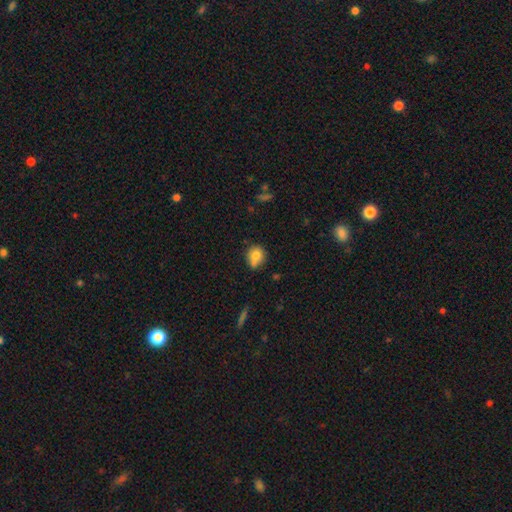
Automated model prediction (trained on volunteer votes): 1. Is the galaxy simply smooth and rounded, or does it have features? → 76% smooth, 13% featured or disk, 10% star or artifact.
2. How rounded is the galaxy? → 76% round, 22% in between, 1% cigar-shaped.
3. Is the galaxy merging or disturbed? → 57% none, 22% minor disturbance, 16% merger, 6% major disturbance.